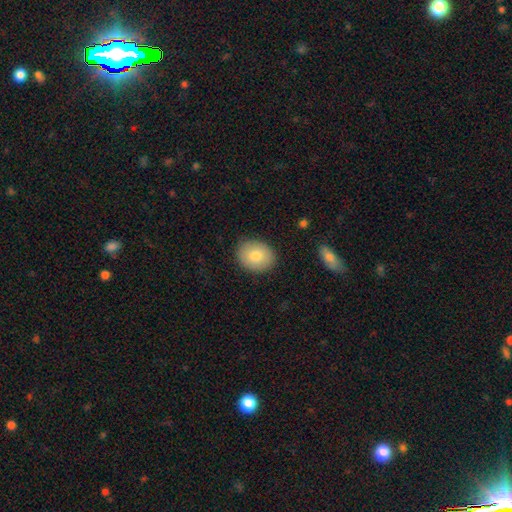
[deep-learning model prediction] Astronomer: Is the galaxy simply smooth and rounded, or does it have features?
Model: smooth — 79%.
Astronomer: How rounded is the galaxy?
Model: round — 53% (runner-up: in between, 46%).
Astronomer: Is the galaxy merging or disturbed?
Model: none — 87%.